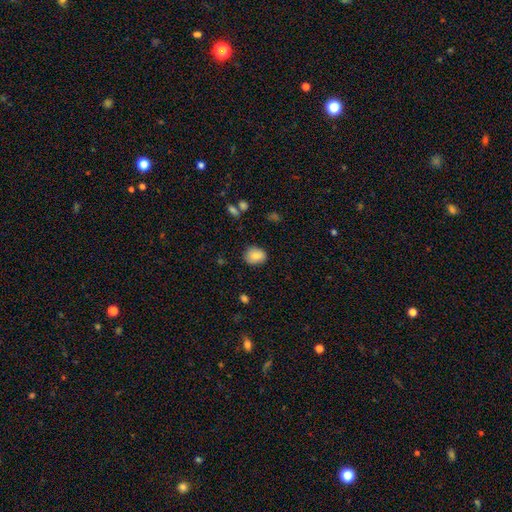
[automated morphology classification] The model was most divided on "how rounded": round: 61%, in between: 38%, cigar-shaped: 1%. More confident: merging — none (85%); smooth or featured — smooth (84%).